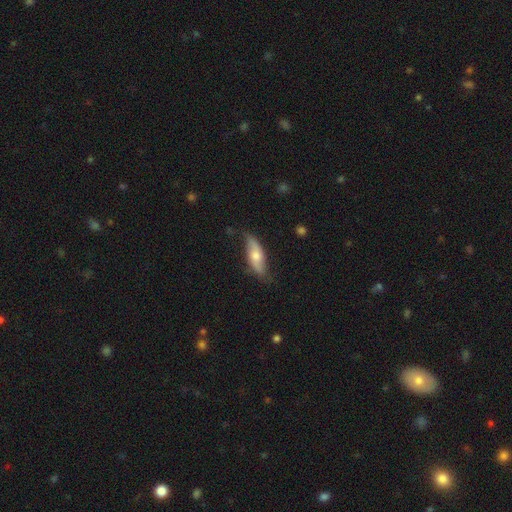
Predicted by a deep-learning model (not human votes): This appears to be a featured or disk galaxy (51%). Merging: none (69%).